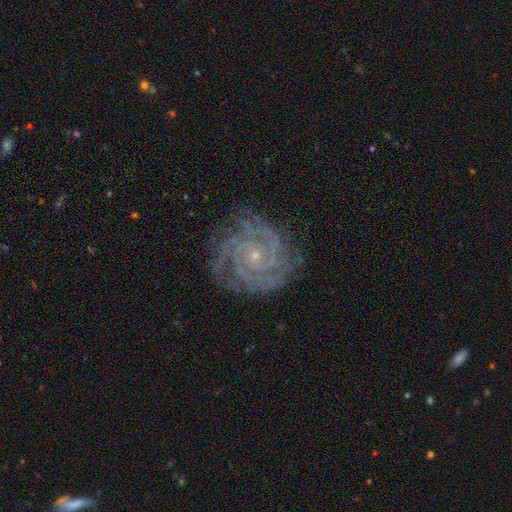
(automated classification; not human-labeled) smooth-or-featured: featured or disk: 89% | star or artifact: 7% | smooth: 4%
  disk-edge-on: no: 98% | yes: 2%
    bar: no: 77% | weak: 17% | strong: 6%
    has-spiral-arms: yes: 99% | no: 1%
      spiral-winding: tight: 81% | medium: 17% | loose: 2%
      spiral-arm-count: 4: 26% | 3: 25% | 2: 16% | can't tell: 13% | more than 4: 11% | 1: 8%
    bulge-size: small: 84% | moderate: 13% | none: 2% | large: 1% | dominant: 1%
  merging: none: 81% | minor disturbance: 14% | major disturbance: 4% | merger: 1%